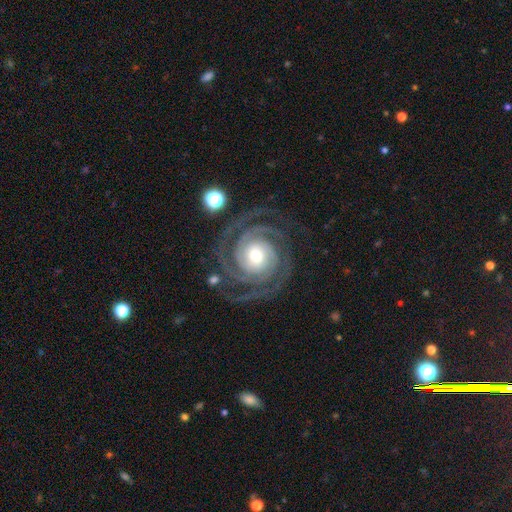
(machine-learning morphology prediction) Smooth or featured: featured or disk — 93% (star or artifact — 4%)
Edge-on disk: no — 98% (yes — 2%)
Bar: no — 62% (weak — 24%)
Spiral arms: yes — 99% (no — 1%)
Spiral winding: tight — 77% (medium — 21%)
Spiral arm count: 2 — 56% (3 — 24%)
Bulge size: moderate — 61% (small — 20%)
Merging: none — 81% (minor disturbance — 11%)